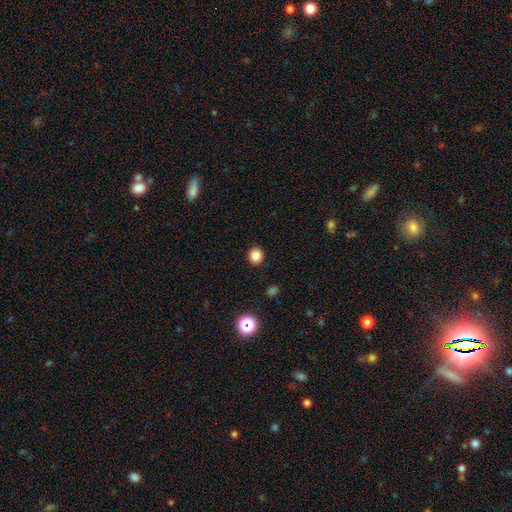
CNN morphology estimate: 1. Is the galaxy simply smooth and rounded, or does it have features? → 84% smooth, 12% star or artifact, 4% featured or disk.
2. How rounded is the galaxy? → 79% round, 20% in between, 1% cigar-shaped.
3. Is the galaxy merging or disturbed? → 91% none, 6% minor disturbance, 2% major disturbance, 1% merger.